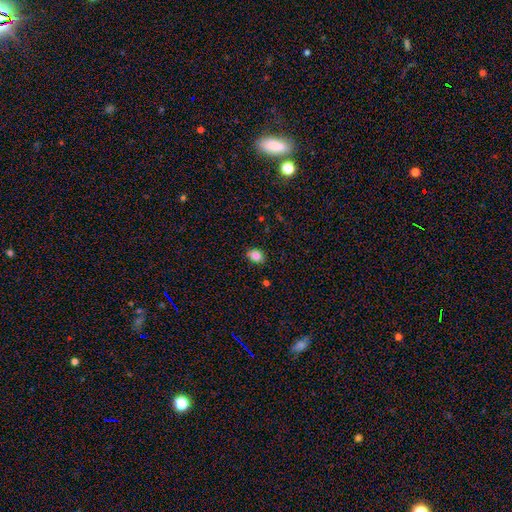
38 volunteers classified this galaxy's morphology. Smooth or featured?
  - smooth: 84% *
  - star or artifact: 13%
  - featured or disk: 3%
How rounded?
  - round: 72% *
  - in between: 28%
  - cigar-shaped: 0%
Merging?
  - none: 91% *
  - minor disturbance: 9%
  - major disturbance: 0%
  - merger: 0%